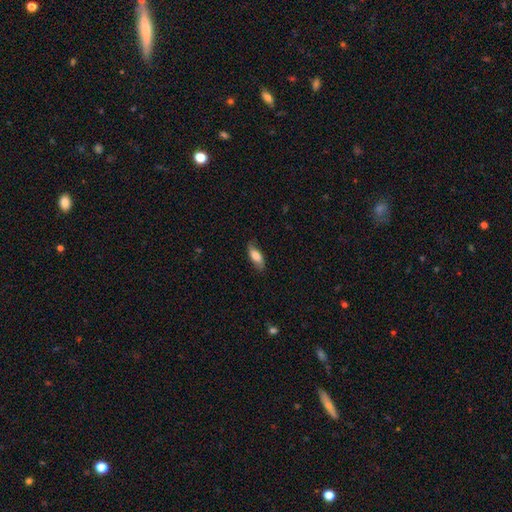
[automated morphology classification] smooth_or_featured: smooth (p=0.73) [alt: featured or disk p=0.20]
how_rounded: in between (p=0.76) [alt: cigar-shaped p=0.21]
merging: none (p=0.77) [alt: minor disturbance p=0.18]